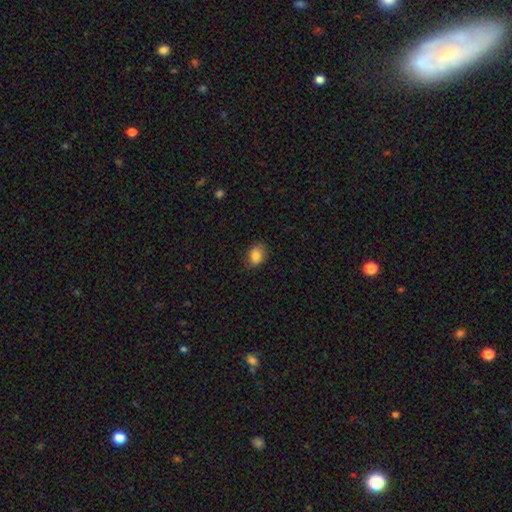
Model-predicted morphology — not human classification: The model was most divided on "how rounded": in between: 66%, round: 33%, cigar-shaped: 1%. More confident: smooth or featured — smooth (83%); merging — none (79%).